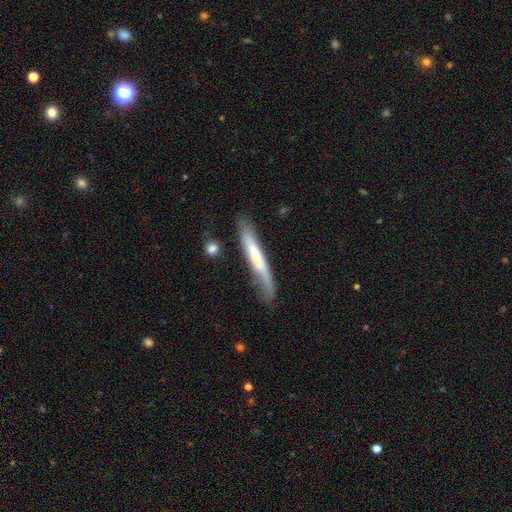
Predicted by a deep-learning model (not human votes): This is possibly a smooth galaxy (54%). How rounded: clearly cigar-shaped (93%). Merging: likely none (61%).